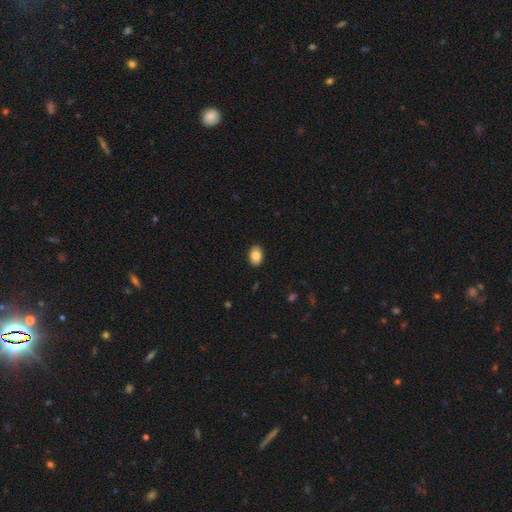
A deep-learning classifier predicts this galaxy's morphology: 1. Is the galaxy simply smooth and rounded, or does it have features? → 87% smooth, 7% star or artifact, 6% featured or disk.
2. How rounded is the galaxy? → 84% in between, 15% round, 1% cigar-shaped.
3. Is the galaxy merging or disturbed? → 90% none, 8% minor disturbance, 2% major disturbance, 1% merger.